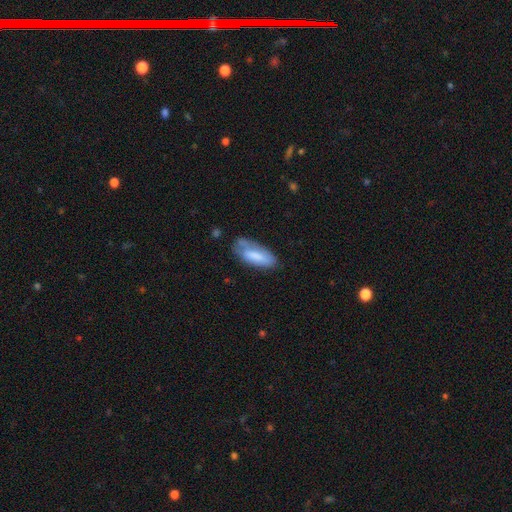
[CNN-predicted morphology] Smooth or featured? Predicted: smooth (p=0.71). How rounded? Predicted: in between (p=0.76). Merging? Predicted: none (p=0.48).